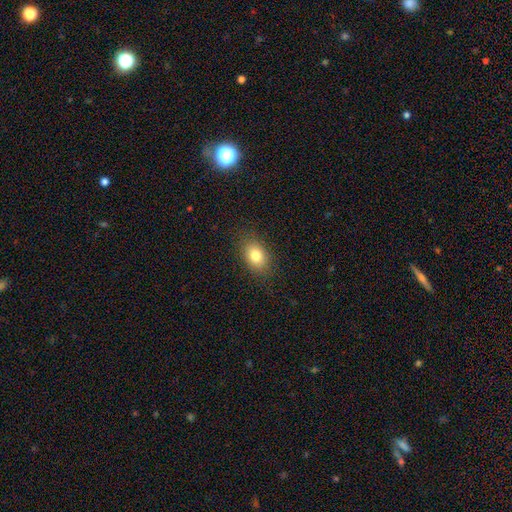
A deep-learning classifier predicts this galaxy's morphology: Smooth or featured?
  - smooth: 80% *
  - featured or disk: 10%
  - star or artifact: 10%
How rounded?
  - in between: 78% *
  - round: 21%
  - cigar-shaped: 1%
Merging?
  - none: 86% *
  - minor disturbance: 10%
  - major disturbance: 3%
  - merger: 1%